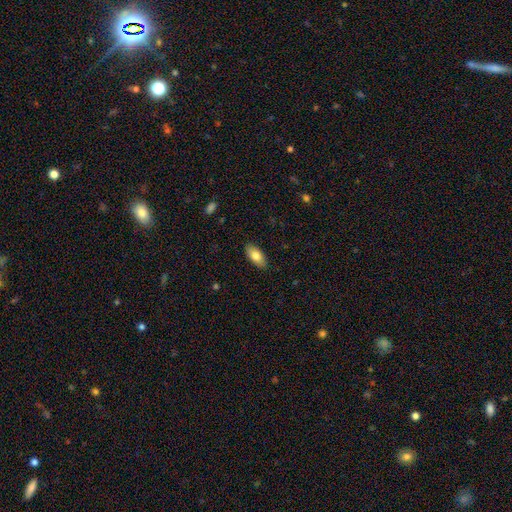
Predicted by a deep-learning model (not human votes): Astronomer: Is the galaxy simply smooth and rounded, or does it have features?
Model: smooth — 80%.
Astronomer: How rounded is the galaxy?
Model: in between — 89%.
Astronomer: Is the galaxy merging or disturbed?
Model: none — 87%.